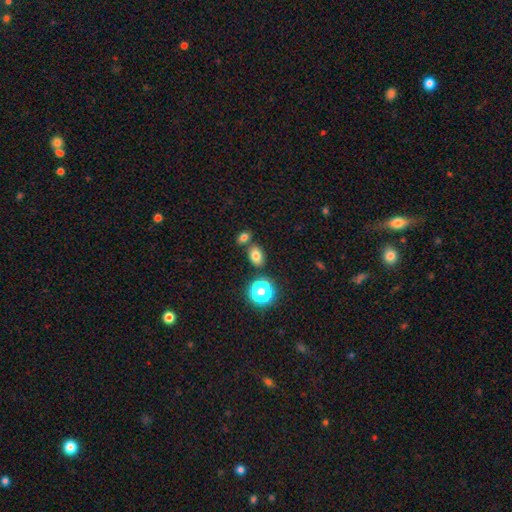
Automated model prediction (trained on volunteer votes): Smooth or featured? Predicted: smooth (p=0.77). How rounded? Predicted: in between (p=0.73). Merging? Predicted: none (p=0.71).